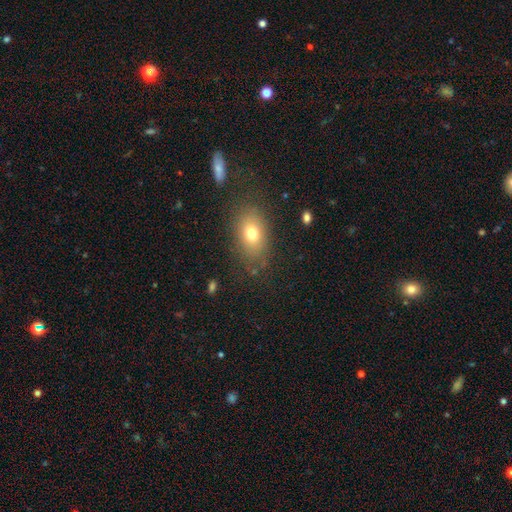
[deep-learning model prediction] A smooth galaxy with no disk features (66%) that is in between round and cigar-shaped (79%). Merging: none (81%).